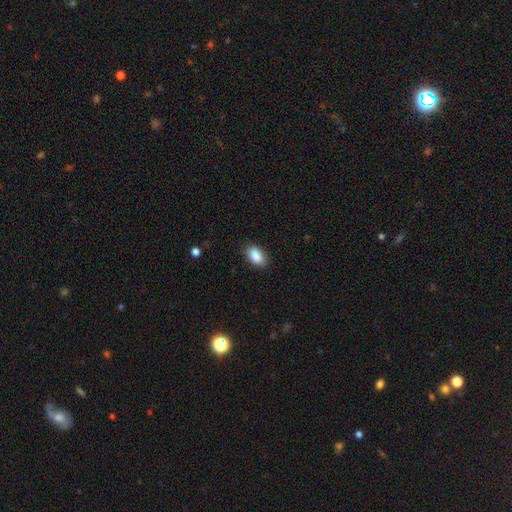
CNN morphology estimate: This is clearly a smooth galaxy (89%). How rounded: clearly in between (91%). Merging: clearly none (86%).